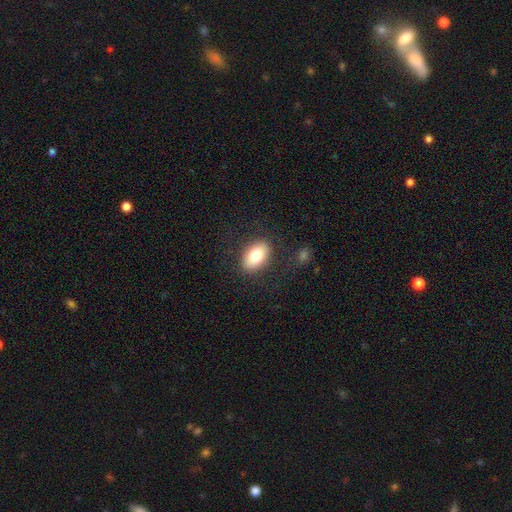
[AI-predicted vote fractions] Overall: smooth (80%). How rounded: in between (90%). Merging: none (84%).